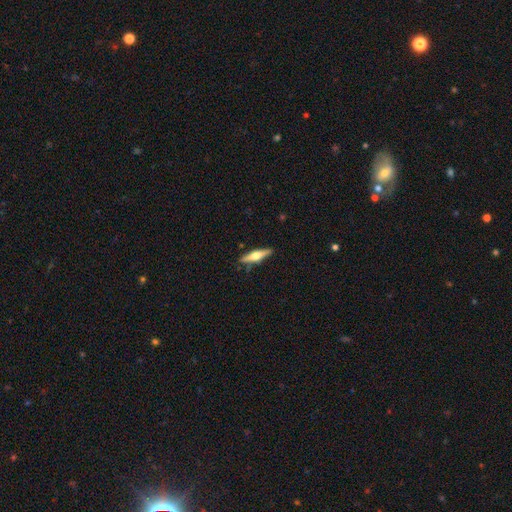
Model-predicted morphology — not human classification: Smooth or featured? featured or disk (60%)
Edge-on disk? yes (96%)
Edge-on bulge? rounded (92%)
Merging? none (85%)